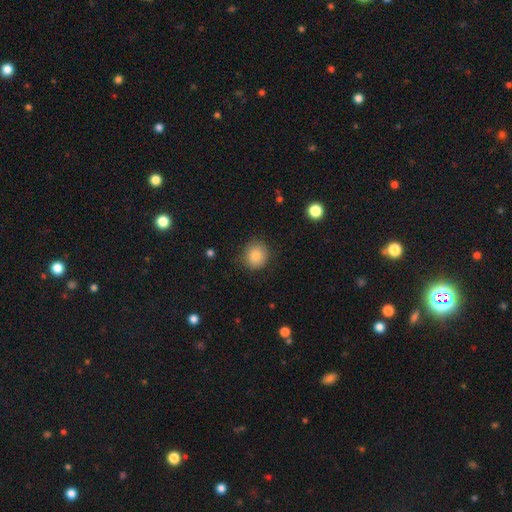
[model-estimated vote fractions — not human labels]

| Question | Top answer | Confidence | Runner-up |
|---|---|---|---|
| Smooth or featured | smooth | 85% | star or artifact (9%) |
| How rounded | round | 84% | in between (15%) |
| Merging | none | 84% | minor disturbance (12%) |